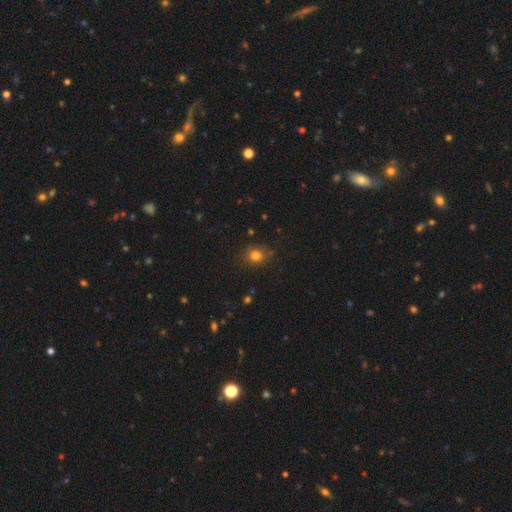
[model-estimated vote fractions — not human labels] Overall: smooth (78%). How rounded: round (74%). Merging: none (81%).